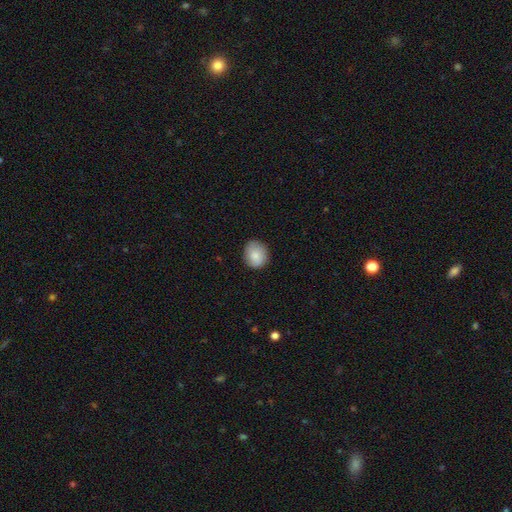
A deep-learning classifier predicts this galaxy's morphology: Smooth or featured? Predicted: smooth (p=0.84). How rounded? Predicted: round (p=0.68). Merging? Predicted: none (p=0.82).